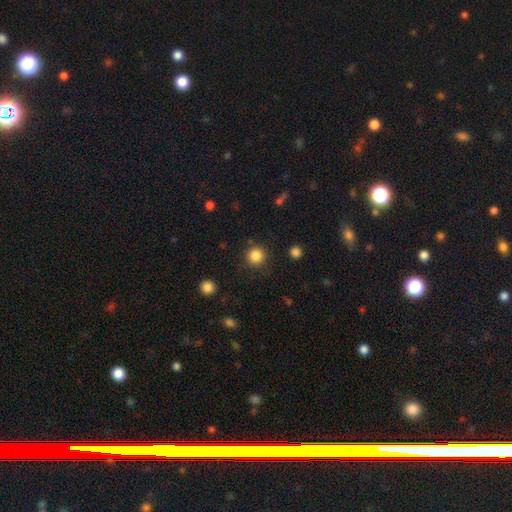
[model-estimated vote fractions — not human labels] Smooth or featured: smooth — 85% (star or artifact — 11%)
How rounded: round — 95% (in between — 4%)
Merging: none — 88% (minor disturbance — 7%)